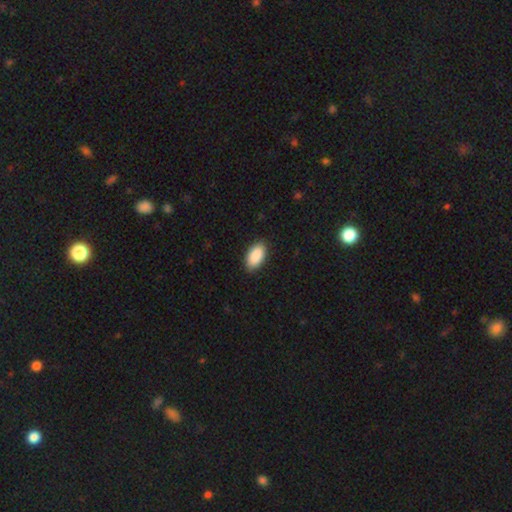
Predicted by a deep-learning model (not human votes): Morphology: type=smooth (91%); roundness=in between (95%); merging=none (88%).